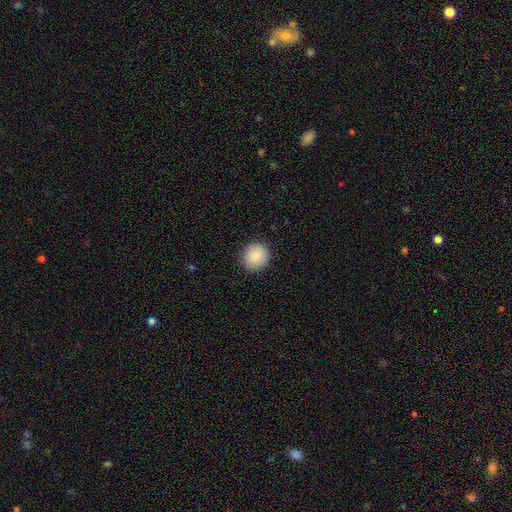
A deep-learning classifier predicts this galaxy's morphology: The model was most divided on "how rounded": round: 87%, in between: 12%, cigar-shaped: 1%. More confident: merging — none (90%); smooth or featured — smooth (86%).